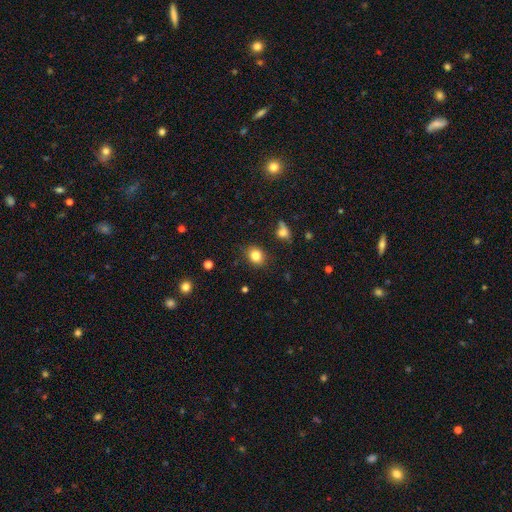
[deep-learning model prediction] Q: Smooth or featured?
A: smooth (82%); runner-up: star or artifact (11%)
Q: How rounded?
A: round (53%); runner-up: in between (46%)
Q: Merging?
A: none (85%); runner-up: minor disturbance (10%)